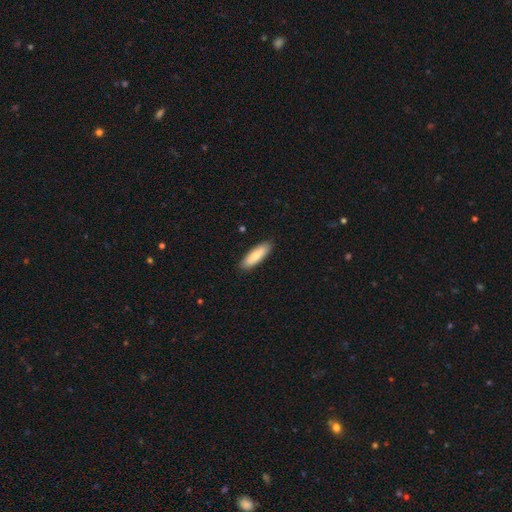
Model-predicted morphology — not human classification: Smooth or featured?
  - smooth: 81% *
  - featured or disk: 13%
  - star or artifact: 5%
How rounded?
  - in between: 50% *
  - cigar-shaped: 48%
  - round: 2%
Merging?
  - none: 89% *
  - minor disturbance: 8%
  - major disturbance: 2%
  - merger: 1%